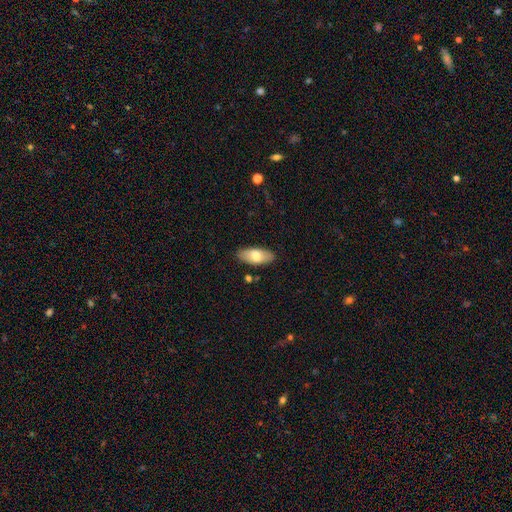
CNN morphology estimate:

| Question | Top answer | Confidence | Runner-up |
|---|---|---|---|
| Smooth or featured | smooth | 70% | featured or disk (24%) |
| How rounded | in between | 89% | cigar-shaped (9%) |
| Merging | none | 86% | minor disturbance (10%) |